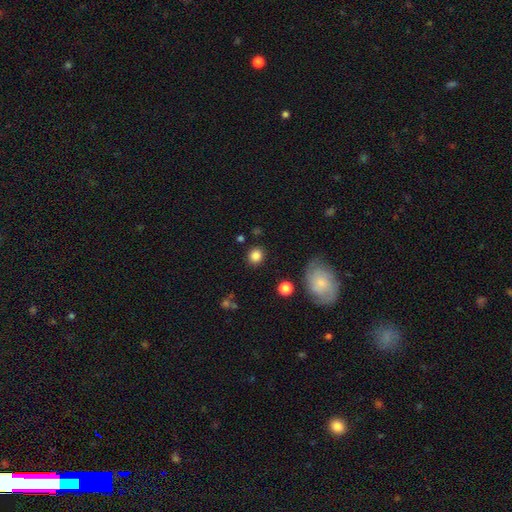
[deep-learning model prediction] A smooth galaxy with no disk features (85%) that is round (80%). Merging: none (87%).